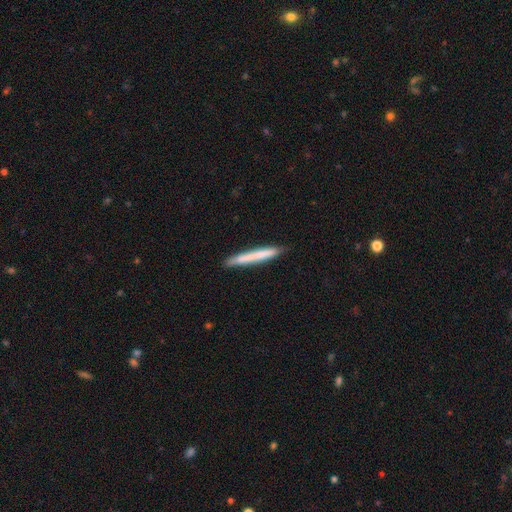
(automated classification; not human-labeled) A smooth galaxy with no disk features (68%) that is cigar-shaped (97%). Merging: none (88%).